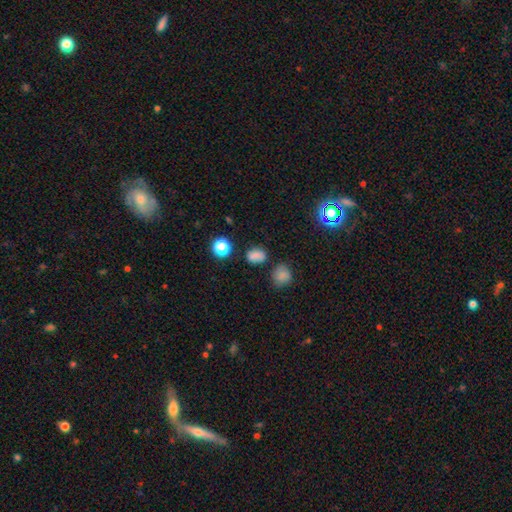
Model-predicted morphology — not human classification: smooth_or_featured: smooth (p=0.73) [alt: star or artifact p=0.20]
how_rounded: in between (p=0.60) [alt: round p=0.38]
merging: none (p=0.72) [alt: minor disturbance p=0.16]